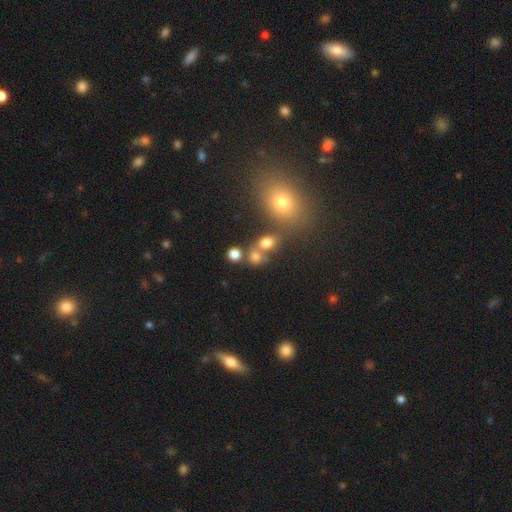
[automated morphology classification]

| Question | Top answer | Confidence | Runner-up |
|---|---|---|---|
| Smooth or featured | smooth | 71% | star or artifact (18%) |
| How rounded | round | 64% | in between (34%) |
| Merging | none | 45% | merger (39%) |